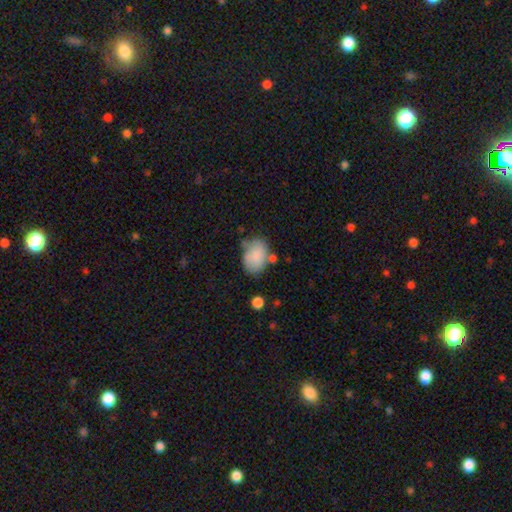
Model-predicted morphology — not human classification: smooth 83%, featured or disk 10%, star or artifact 7%. Down the decision tree: how rounded — in between (76%); merging — none (57%).